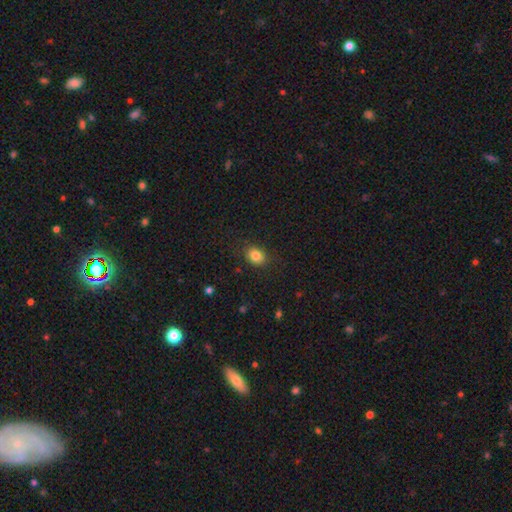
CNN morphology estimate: Smooth or featured? Predicted: smooth (p=0.83). How rounded? Predicted: in between (p=0.60). Merging? Predicted: none (p=0.84).